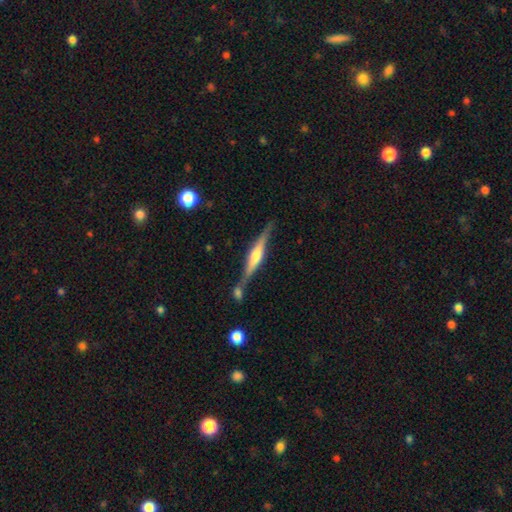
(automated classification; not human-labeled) Smooth or featured? Predicted: featured or disk (p=0.75). Edge-on disk? Predicted: yes (p=0.97). Edge-on bulge? Predicted: rounded (p=0.78). Merging? Predicted: none (p=0.70).